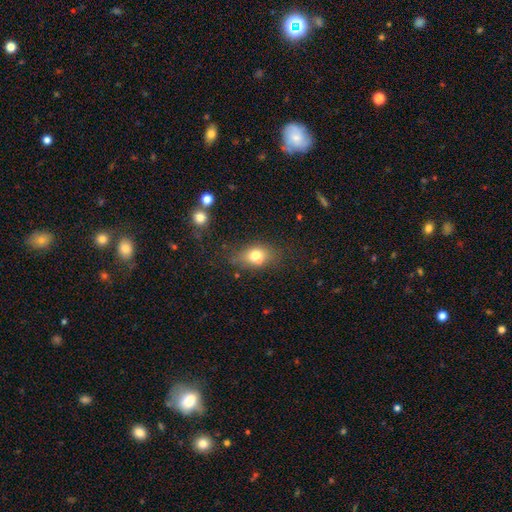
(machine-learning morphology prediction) This is likely a smooth galaxy (72%). How rounded: likely in between (70%). Merging: possibly none (57%).